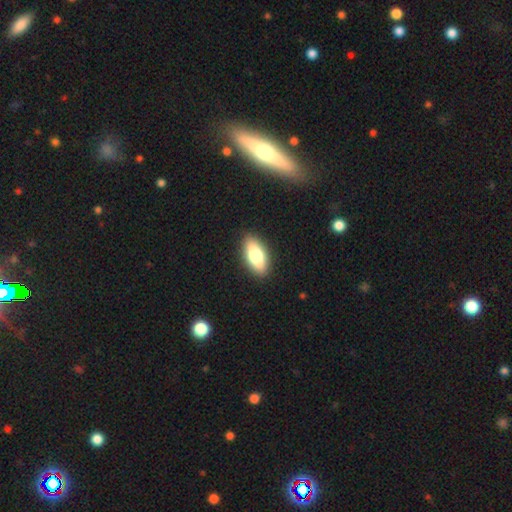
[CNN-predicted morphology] A smooth galaxy with no disk features (72%) that is in between round and cigar-shaped (81%).

Vote fractions:
- Smooth or featured? smooth: 72% / featured or disk: 21% / star or artifact: 7%
- How rounded? in between: 81% / cigar-shaped: 16% / round: 3%
- Merging? none: 89% / minor disturbance: 8% / major disturbance: 2% / merger: 1%